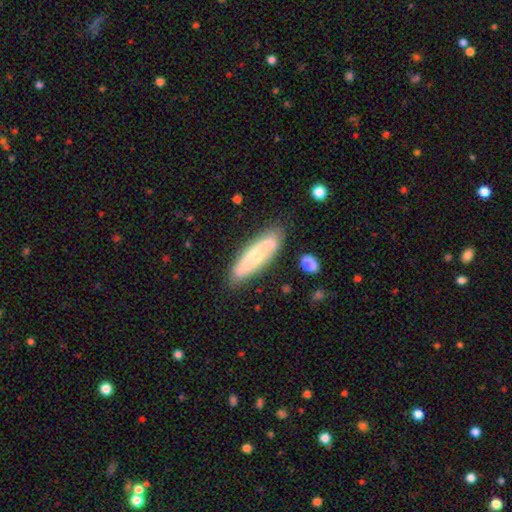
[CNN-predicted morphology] type=featured or disk (51%); edge-on=no (58%); merging=none (77%).